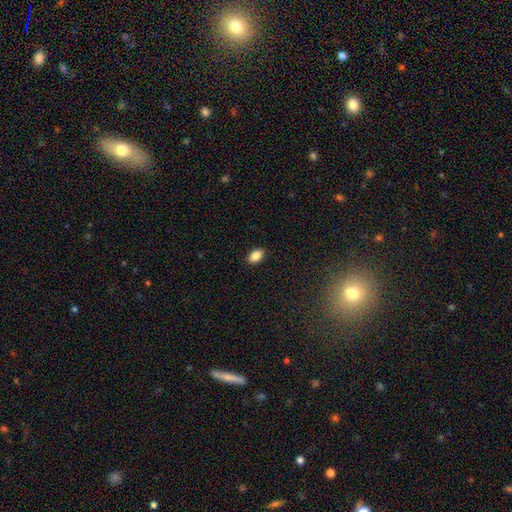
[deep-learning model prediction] smooth_or_featured: smooth (p=0.87) [alt: star or artifact p=0.09]
how_rounded: in between (p=0.88) [alt: round p=0.11]
merging: none (p=0.89) [alt: minor disturbance p=0.08]